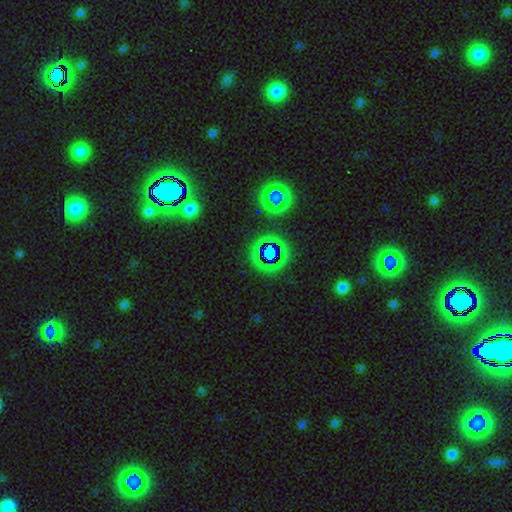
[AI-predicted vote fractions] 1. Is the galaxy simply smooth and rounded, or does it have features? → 66% star or artifact, 18% smooth, 16% featured or disk.